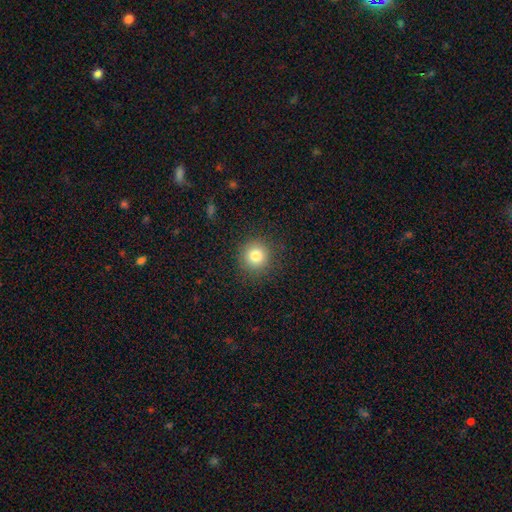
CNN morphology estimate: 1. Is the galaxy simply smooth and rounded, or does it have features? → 81% smooth, 12% star or artifact, 7% featured or disk.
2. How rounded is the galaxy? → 94% round, 5% in between, 1% cigar-shaped.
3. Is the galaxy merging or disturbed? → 90% none, 7% minor disturbance, 3% major disturbance, 1% merger.